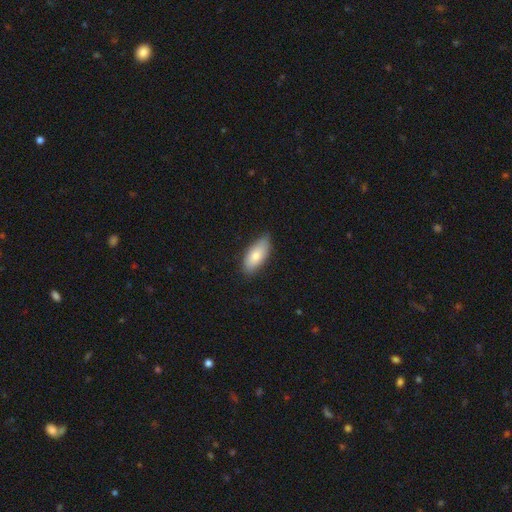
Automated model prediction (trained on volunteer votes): Morphology: type=smooth (79%); roundness=in between (87%); merging=none (78%).